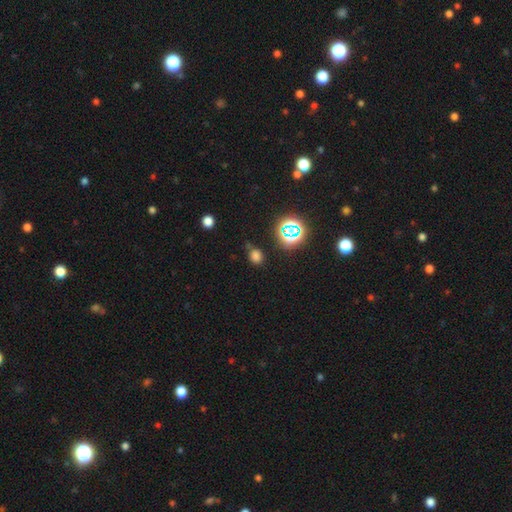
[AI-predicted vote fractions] smooth 66%, star or artifact 28%, featured or disk 6%. Down the decision tree: how rounded — round (55%); merging — none (70%).